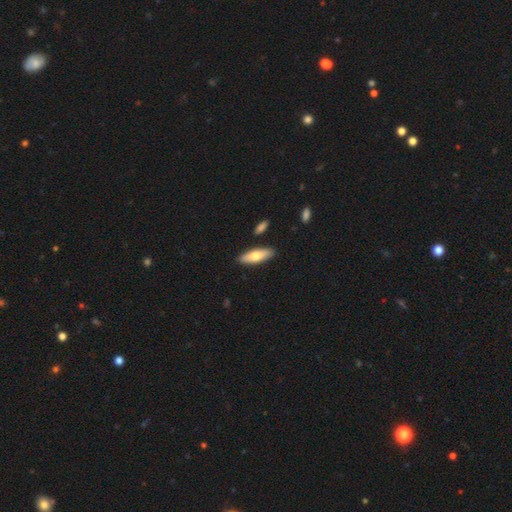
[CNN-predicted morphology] A smooth galaxy with no disk features (67%) that is in between round and cigar-shaped (53%).

Vote fractions:
- Smooth or featured? smooth: 67% / featured or disk: 27% / star or artifact: 6%
- How rounded? in between: 53% / cigar-shaped: 45% / round: 2%
- Merging? none: 87% / minor disturbance: 8% / merger: 3% / major disturbance: 2%